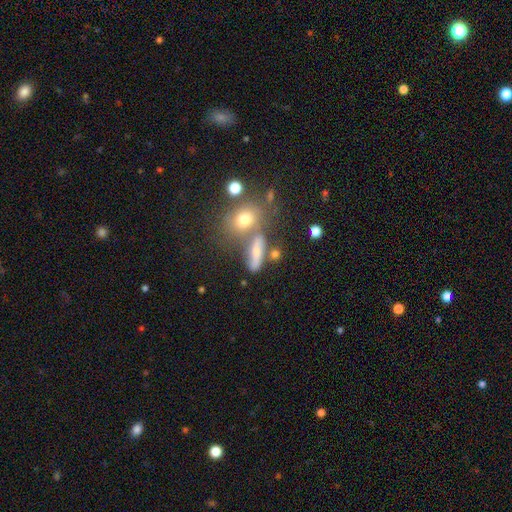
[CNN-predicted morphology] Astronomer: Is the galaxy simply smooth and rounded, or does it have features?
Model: smooth — 59%.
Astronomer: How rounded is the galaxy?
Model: in between — 41% (runner-up: cigar-shaped, 40%).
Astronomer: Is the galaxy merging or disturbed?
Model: none — 55%.